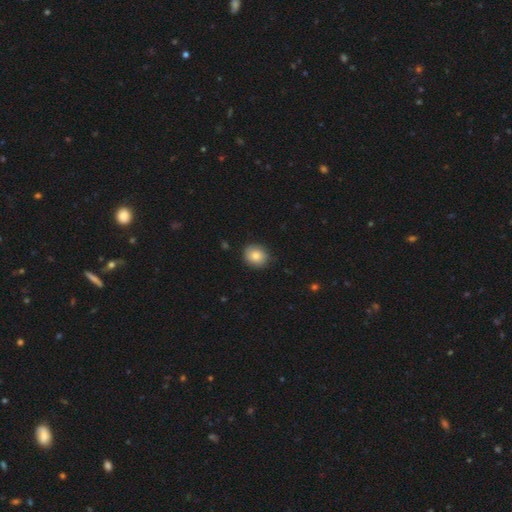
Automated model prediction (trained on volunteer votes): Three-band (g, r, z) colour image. It shows a smooth galaxy with no disk features (81%) that is round (71%). Merging: none (85%).